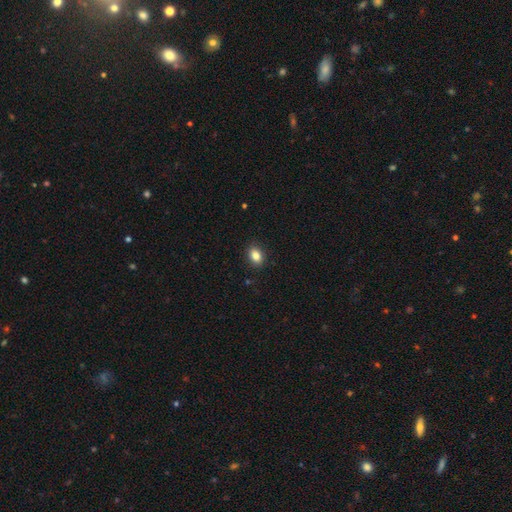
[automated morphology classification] smooth-or-featured: smooth: 84% | star or artifact: 10% | featured or disk: 6%
  how-rounded: in between: 67% | round: 32% | cigar-shaped: 1%
  merging: none: 89% | minor disturbance: 8% | major disturbance: 2% | merger: 1%